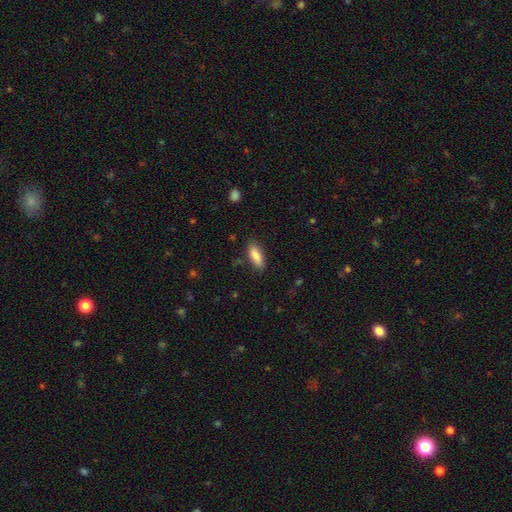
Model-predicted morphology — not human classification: A smooth galaxy with no disk features (87%) that is in between round and cigar-shaped (69%). Merging: none (84%).